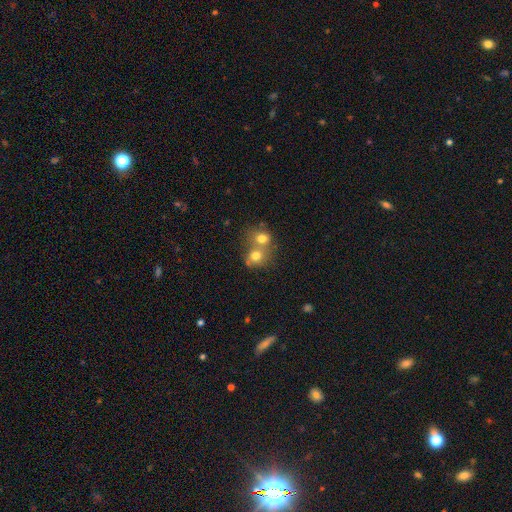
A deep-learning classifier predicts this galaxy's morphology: A smooth galaxy with no disk features (74%) that is round (74%).

Vote fractions:
- Smooth or featured? smooth: 74% / featured or disk: 14% / star or artifact: 12%
- How rounded? round: 74% / in between: 25% / cigar-shaped: 1%
- Merging? merger: 59% / none: 32% / minor disturbance: 6% / major disturbance: 3%